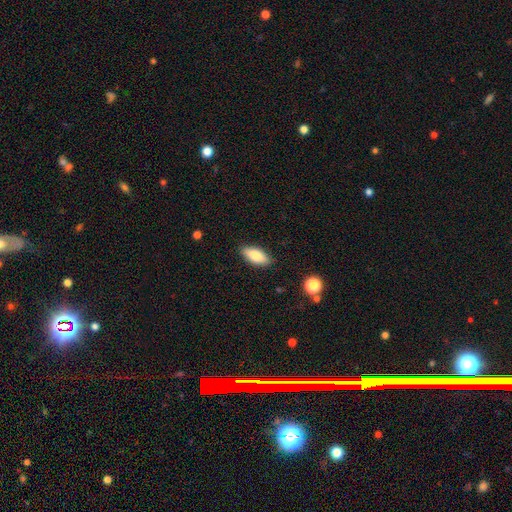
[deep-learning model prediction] smooth-or-featured: smooth: 80% | featured or disk: 13% | star or artifact: 7%
  how-rounded: in between: 83% | cigar-shaped: 14% | round: 3%
  merging: none: 86% | minor disturbance: 11% | major disturbance: 2% | merger: 1%